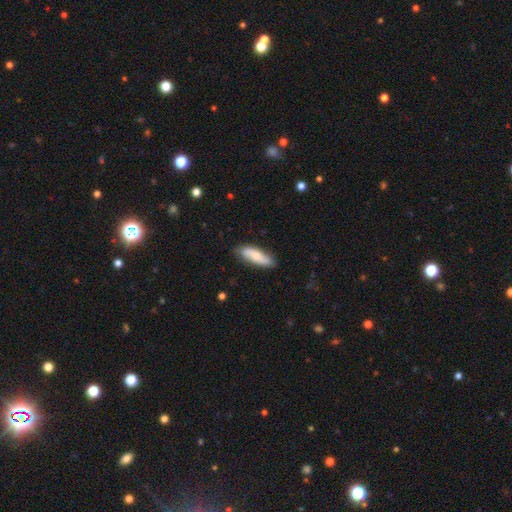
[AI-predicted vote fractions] smooth-or-featured: smooth: 65% | featured or disk: 29% | star or artifact: 5%
  how-rounded: in between: 53% | cigar-shaped: 45% | round: 2%
  merging: none: 83% | minor disturbance: 14% | major disturbance: 2% | merger: 1%